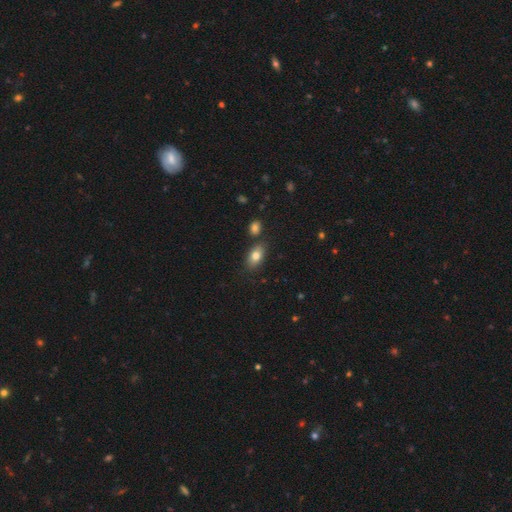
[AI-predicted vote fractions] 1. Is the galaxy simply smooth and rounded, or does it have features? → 81% smooth, 11% featured or disk, 8% star or artifact.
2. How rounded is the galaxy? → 88% in between, 9% round, 3% cigar-shaped.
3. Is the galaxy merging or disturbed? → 75% none, 12% minor disturbance, 10% merger, 3% major disturbance.